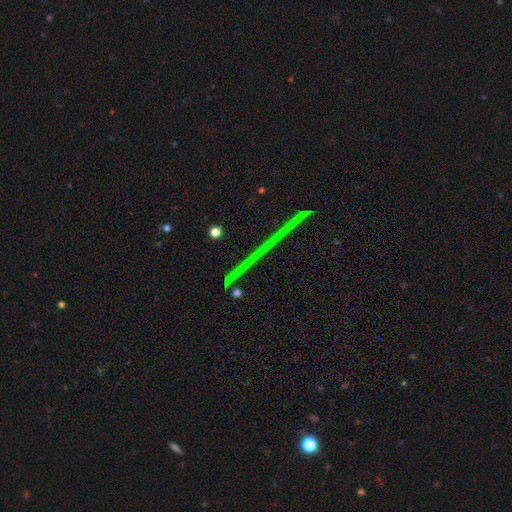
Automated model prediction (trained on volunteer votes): This is possibly a star or artifact rather than a galaxy (49%).